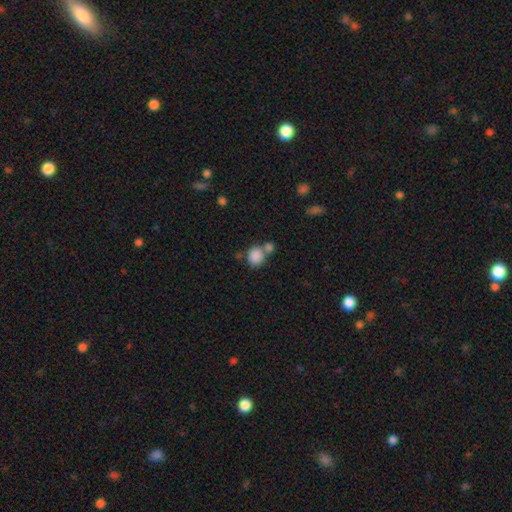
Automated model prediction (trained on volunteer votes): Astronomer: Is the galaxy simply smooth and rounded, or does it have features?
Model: smooth — 85%.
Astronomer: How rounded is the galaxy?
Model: round — 78%.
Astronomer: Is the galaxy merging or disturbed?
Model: none — 47% (runner-up: merger, 39%).